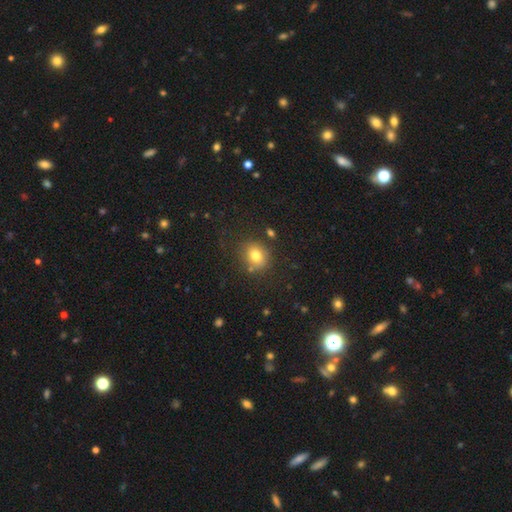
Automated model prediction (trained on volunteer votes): A smooth galaxy with no disk features (77%) that is round (72%). Merging: none (77%).